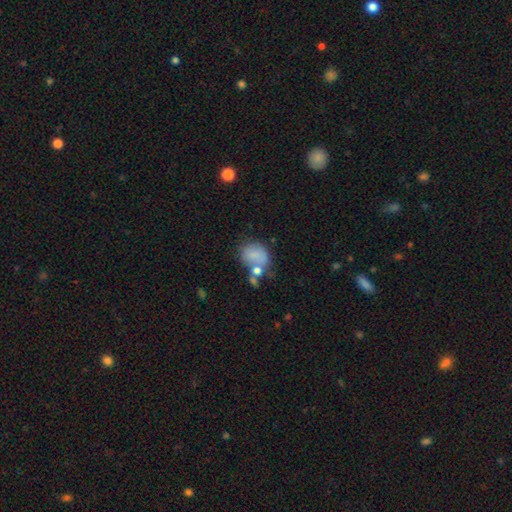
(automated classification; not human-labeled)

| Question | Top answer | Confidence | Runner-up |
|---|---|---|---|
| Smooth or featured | smooth | 73% | featured or disk (16%) |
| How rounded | round | 52% | in between (47%) |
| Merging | none | 40% | merger (27%) |